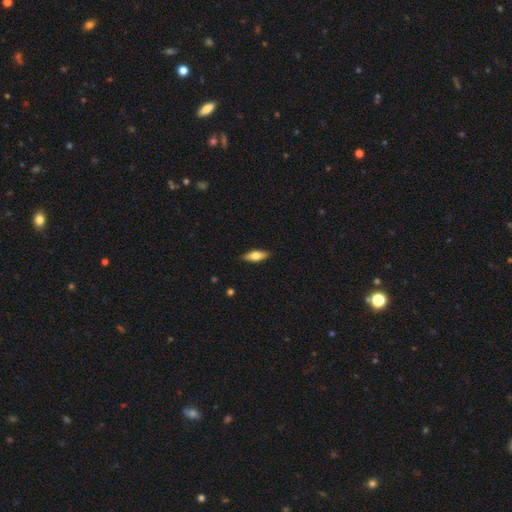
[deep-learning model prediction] The model was most divided on "how rounded": in between: 67%, cigar-shaped: 31%, round: 2%. More confident: merging — none (88%); smooth or featured — smooth (68%).